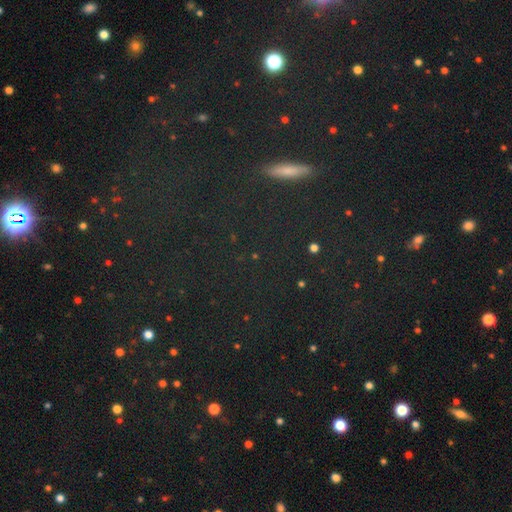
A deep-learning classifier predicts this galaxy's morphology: Q: Smooth or featured?
A: star or artifact (55%); runner-up: smooth (27%)